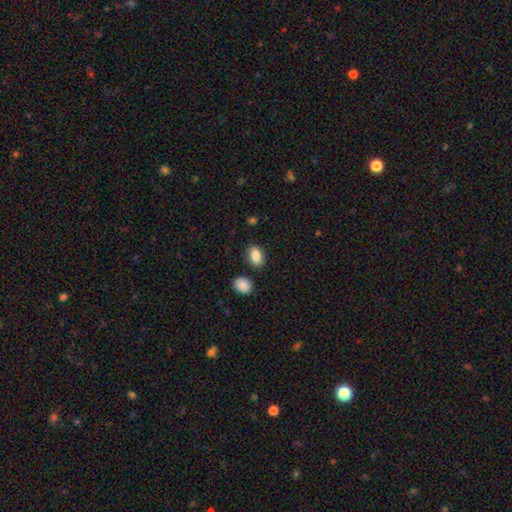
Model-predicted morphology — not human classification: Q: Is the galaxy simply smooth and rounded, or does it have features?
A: smooth — 86%.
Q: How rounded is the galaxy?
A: in between — 85%.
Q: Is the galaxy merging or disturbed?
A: none — 83%.